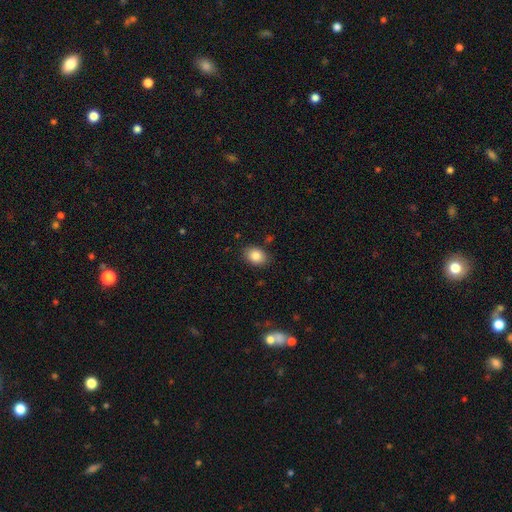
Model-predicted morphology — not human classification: smooth 86%, star or artifact 9%, featured or disk 6%. Down the decision tree: how rounded — in between (68%); merging — none (84%).